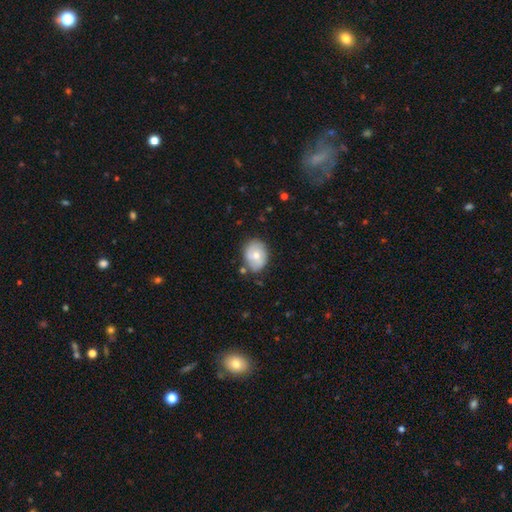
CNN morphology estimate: Smooth or featured?
  - smooth: 63% *
  - featured or disk: 30%
  - star or artifact: 7%
How rounded?
  - in between: 62% *
  - round: 37%
  - cigar-shaped: 1%
Merging?
  - none: 72% *
  - minor disturbance: 19%
  - merger: 5%
  - major disturbance: 4%